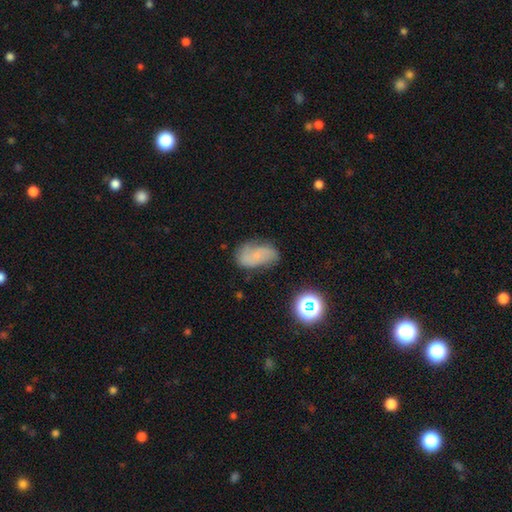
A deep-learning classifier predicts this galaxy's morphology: Smooth or featured? Predicted: featured or disk (p=0.43, tied with smooth). Merging? Predicted: none (p=0.60).